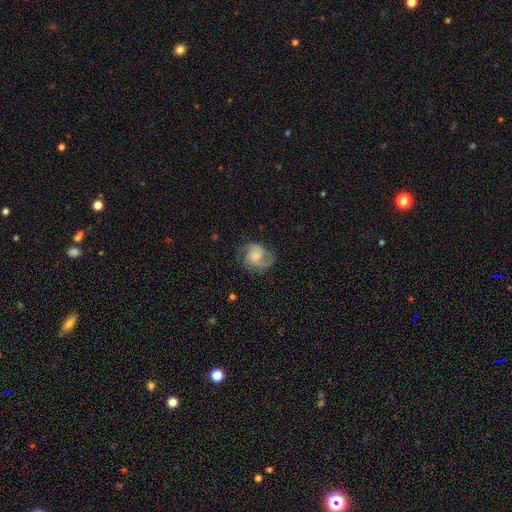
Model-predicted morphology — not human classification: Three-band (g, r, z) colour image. It shows a featured or disk galaxy (73%) with no bar (53%), 2 (66%) medium (52%) spiral arms (94%) and no central bulge (36%). Merging: none (69%).